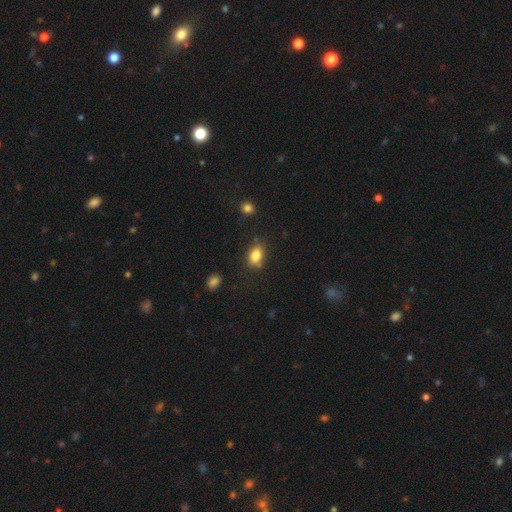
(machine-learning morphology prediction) This appears to be a smooth galaxy with no disk features (84%) that is in between round and cigar-shaped (81%). Merging: none (75%).